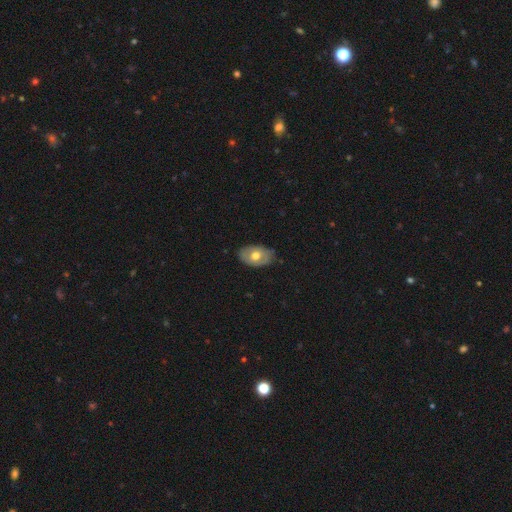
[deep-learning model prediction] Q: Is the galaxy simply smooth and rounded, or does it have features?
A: smooth — 56%.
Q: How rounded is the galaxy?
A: in between — 87%.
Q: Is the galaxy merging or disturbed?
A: none — 75%.